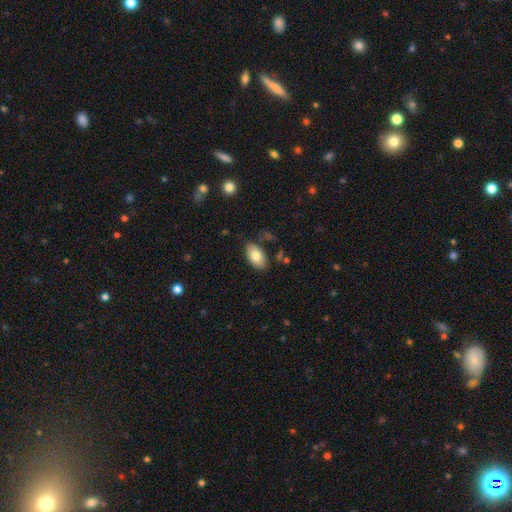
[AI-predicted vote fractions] Overall: smooth (81%). How rounded: in between (94%). Merging: none (81%).